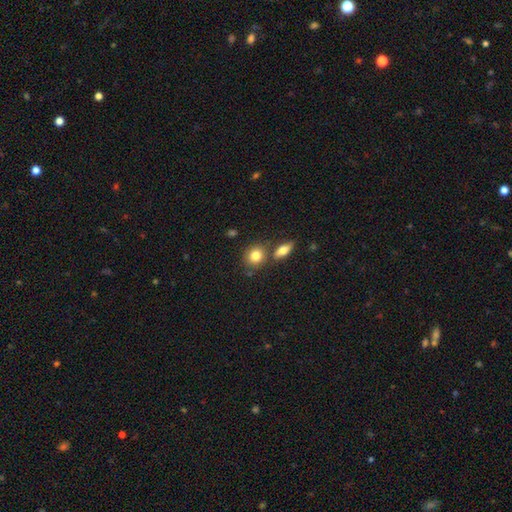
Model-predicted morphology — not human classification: Smooth or featured?
  - smooth: 82% *
  - featured or disk: 10%
  - star or artifact: 9%
How rounded?
  - round: 69% *
  - in between: 29%
  - cigar-shaped: 2%
Merging?
  - none: 66% *
  - merger: 20%
  - minor disturbance: 11%
  - major disturbance: 3%